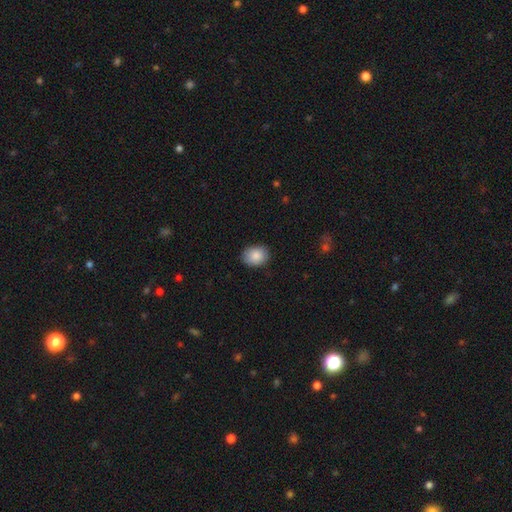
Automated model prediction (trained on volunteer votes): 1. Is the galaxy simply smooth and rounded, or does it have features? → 88% smooth, 7% star or artifact, 5% featured or disk.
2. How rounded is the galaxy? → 59% in between, 41% round, 1% cigar-shaped.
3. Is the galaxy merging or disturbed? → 85% none, 12% minor disturbance, 2% major disturbance, 1% merger.